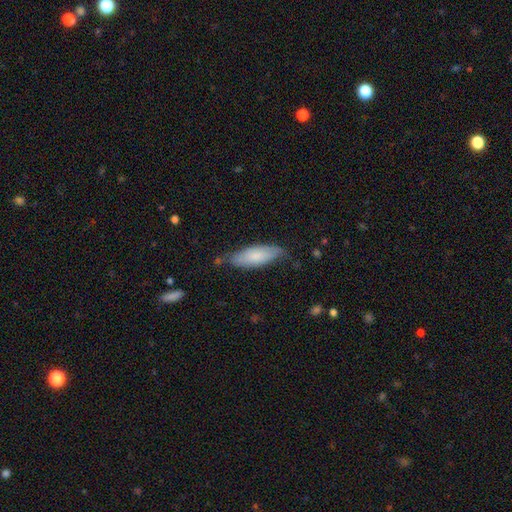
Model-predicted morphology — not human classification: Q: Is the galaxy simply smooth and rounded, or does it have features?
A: smooth — 75%.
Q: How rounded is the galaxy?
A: in between — 65%.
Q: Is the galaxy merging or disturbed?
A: none — 68%.